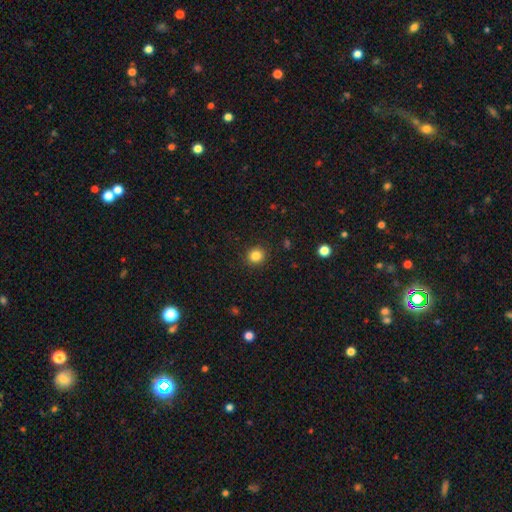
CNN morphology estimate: Q: Smooth or featured?
A: smooth (85%); runner-up: star or artifact (11%)
Q: How rounded?
A: round (88%); runner-up: in between (11%)
Q: Merging?
A: none (91%); runner-up: minor disturbance (6%)